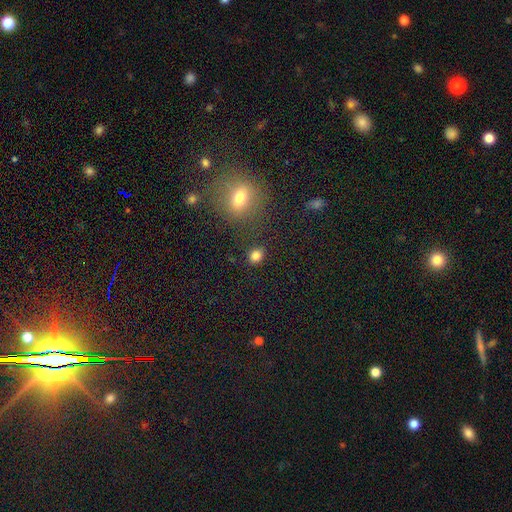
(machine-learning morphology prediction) Smooth or featured: smooth — 82% (star or artifact — 13%)
How rounded: round — 59% (in between — 40%)
Merging: none — 82% (minor disturbance — 10%)